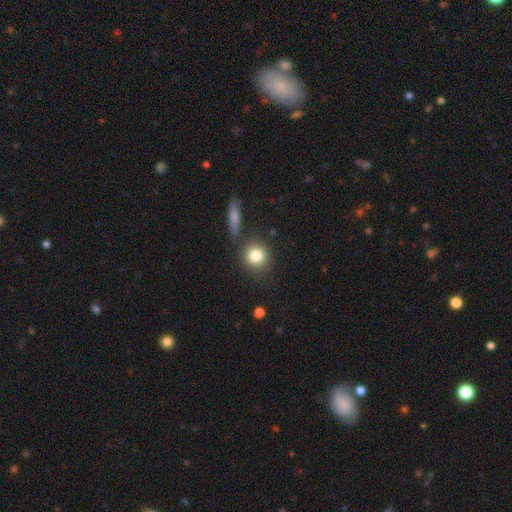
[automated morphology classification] Smooth or featured? smooth (82%)
How rounded? round (85%)
Merging? none (79%)